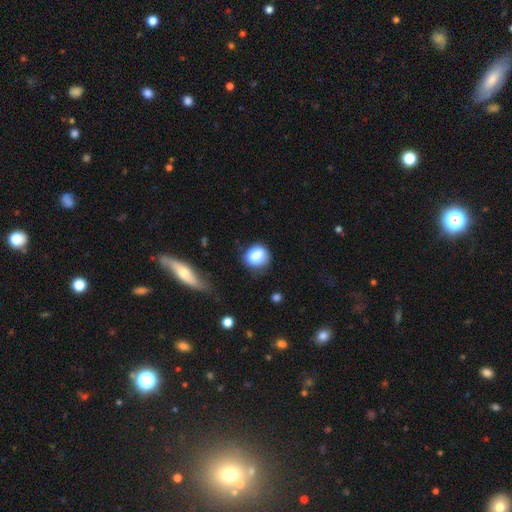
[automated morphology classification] smooth_or_featured: smooth (p=0.81) [alt: featured or disk p=0.09]
how_rounded: round (p=0.57) [alt: in between p=0.41]
merging: none (p=0.59) [alt: minor disturbance p=0.26]